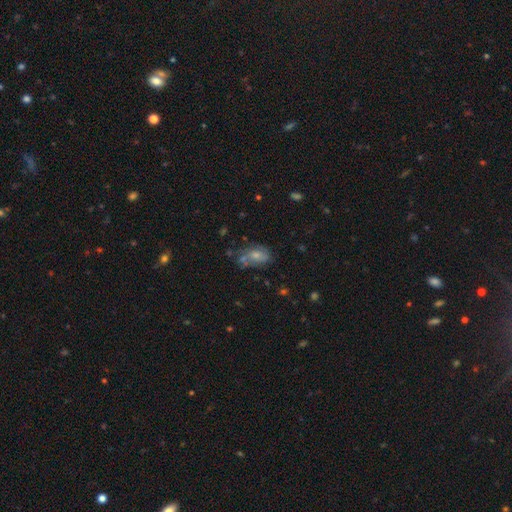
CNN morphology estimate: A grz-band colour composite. It shows a smooth galaxy with no disk features (53%) that is in between round and cigar-shaped (81%). Merging: none (45%).